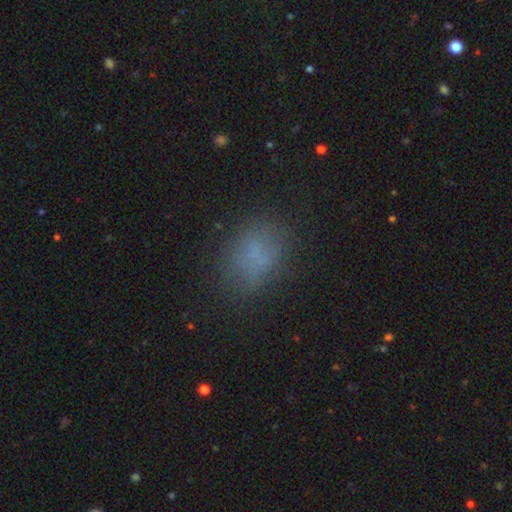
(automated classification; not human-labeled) smooth-or-featured: smooth: 69% | star or artifact: 16% | featured or disk: 14%
  how-rounded: in between: 69% | round: 29% | cigar-shaped: 2%
  merging: none: 70% | minor disturbance: 18% | major disturbance: 10% | merger: 2%